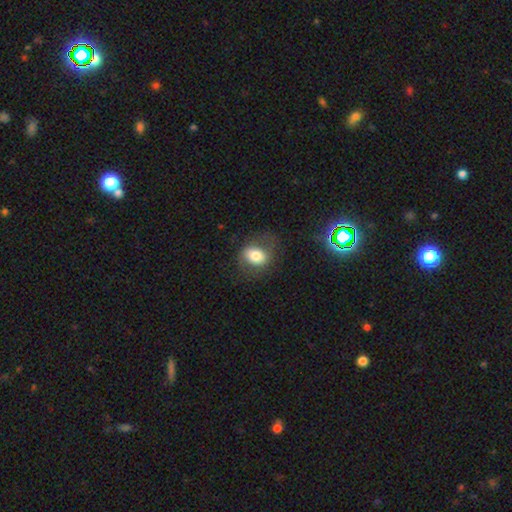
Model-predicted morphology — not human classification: smooth 73%, featured or disk 18%, star or artifact 9%. Down the decision tree: how rounded — in between (60%); merging — none (69%).